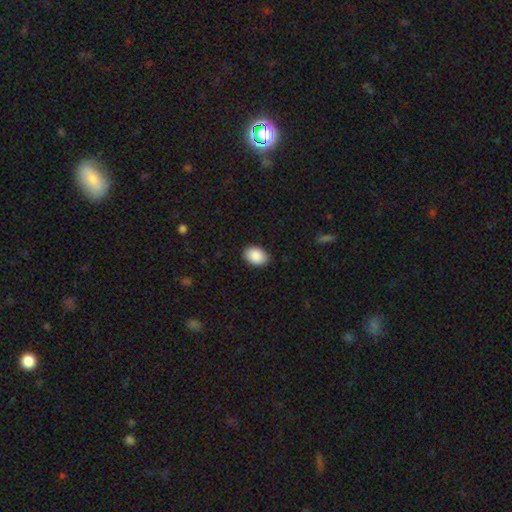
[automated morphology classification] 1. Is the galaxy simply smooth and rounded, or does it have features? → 90% smooth, 7% star or artifact, 3% featured or disk.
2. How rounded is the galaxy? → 80% in between, 19% round, 1% cigar-shaped.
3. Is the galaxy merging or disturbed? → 88% none, 9% minor disturbance, 2% major disturbance, 1% merger.